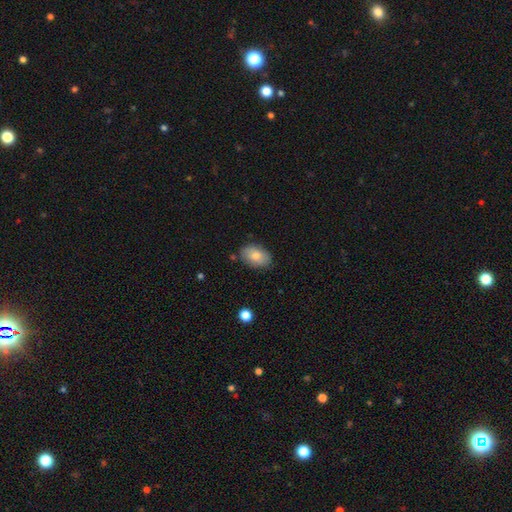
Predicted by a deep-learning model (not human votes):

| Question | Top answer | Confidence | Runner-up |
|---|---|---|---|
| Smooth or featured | smooth | 80% | featured or disk (13%) |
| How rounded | in between | 89% | round (10%) |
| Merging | none | 82% | minor disturbance (14%) |